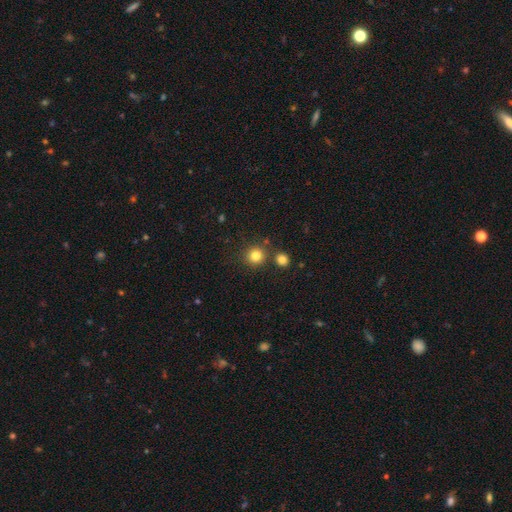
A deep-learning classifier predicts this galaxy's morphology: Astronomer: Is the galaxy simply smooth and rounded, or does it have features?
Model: smooth — 82%.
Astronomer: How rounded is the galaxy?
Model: round — 91%.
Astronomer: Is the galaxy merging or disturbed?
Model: none — 81%.